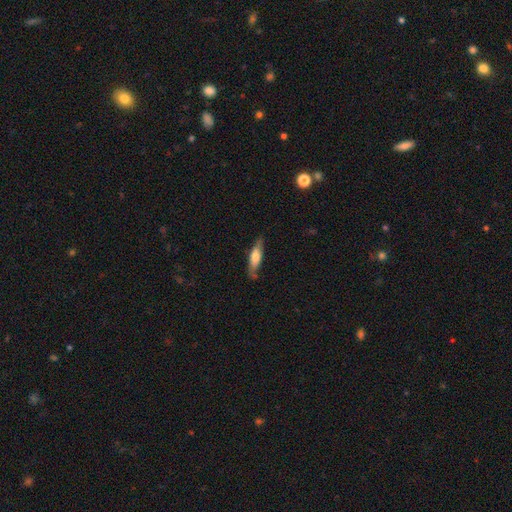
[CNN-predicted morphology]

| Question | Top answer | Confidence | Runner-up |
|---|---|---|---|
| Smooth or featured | smooth | 57% | featured or disk (37%) |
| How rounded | cigar-shaped | 59% | in between (39%) |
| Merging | none | 74% | minor disturbance (20%) |